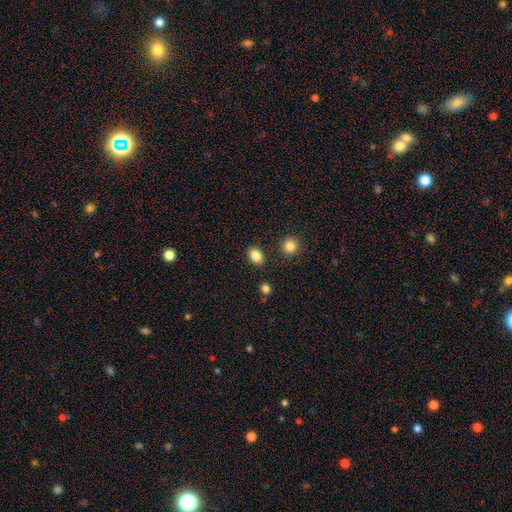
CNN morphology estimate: The model was most divided on "how rounded": in between: 72%, round: 27%, cigar-shaped: 1%. More confident: smooth or featured — smooth (86%); merging — none (85%).